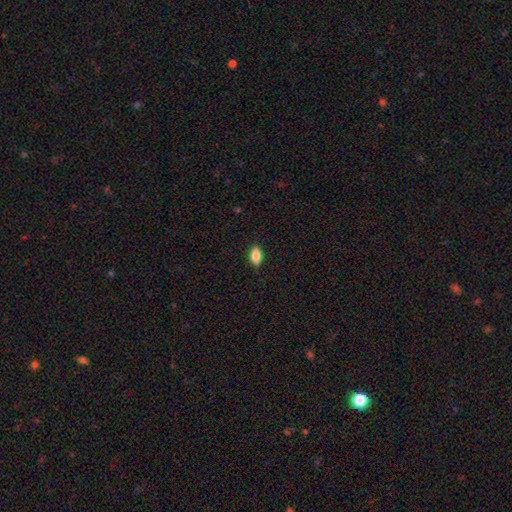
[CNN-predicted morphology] Q: Smooth or featured?
A: smooth (86%); runner-up: star or artifact (8%)
Q: How rounded?
A: in between (90%); runner-up: round (7%)
Q: Merging?
A: none (87%); runner-up: minor disturbance (10%)